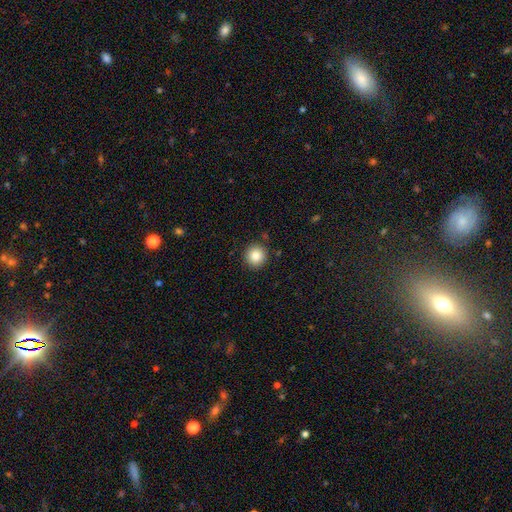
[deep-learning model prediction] Smooth or featured: smooth — 87% (star or artifact — 9%)
How rounded: round — 94% (in between — 6%)
Merging: none — 90% (minor disturbance — 7%)